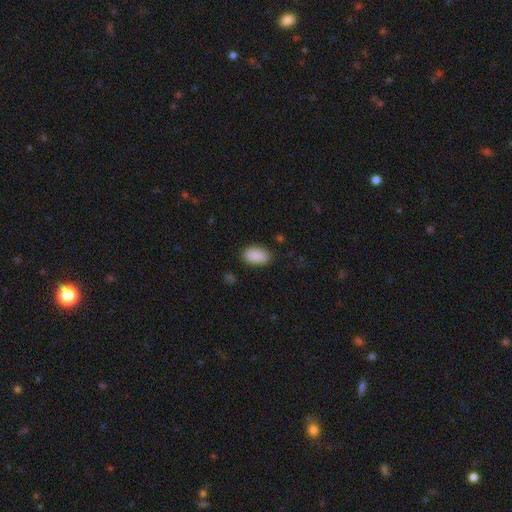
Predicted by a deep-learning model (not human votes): Smooth or featured? Predicted: smooth (p=0.90). How rounded? Predicted: in between (p=0.92). Merging? Predicted: none (p=0.85).